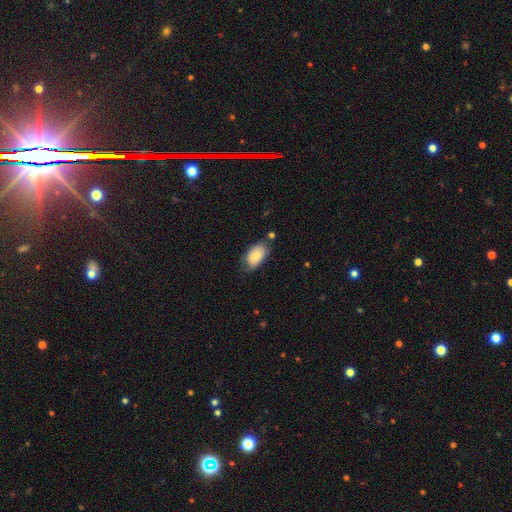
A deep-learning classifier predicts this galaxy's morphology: Overall: smooth (81%). How rounded: in between (94%). Merging: none (61%; minor disturbance 28%).